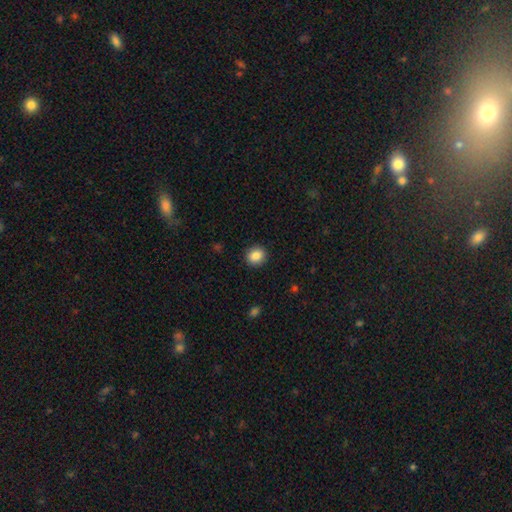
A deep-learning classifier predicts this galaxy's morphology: This is clearly a smooth galaxy (86%). How rounded: clearly round (83%). Merging: clearly none (91%).